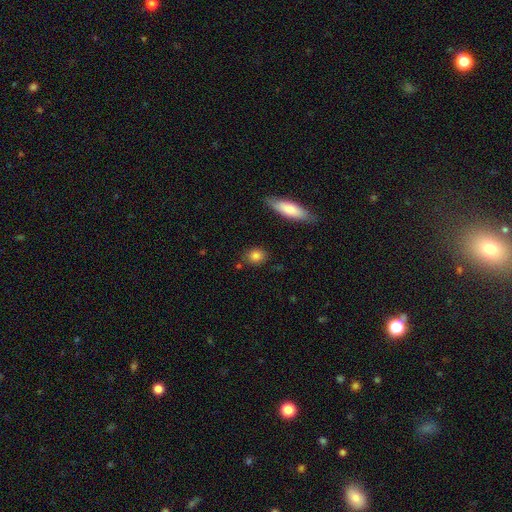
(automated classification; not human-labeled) A smooth galaxy with no disk features (83%) that is round (53%). Merging: none (82%).